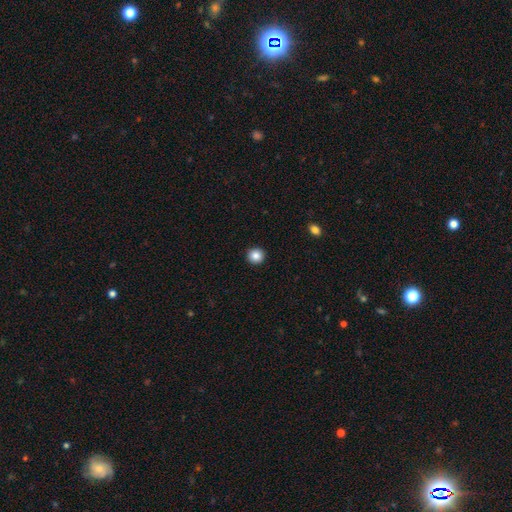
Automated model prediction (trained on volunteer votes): Morphology: type=smooth (86%); roundness=round (94%); merging=none (93%).